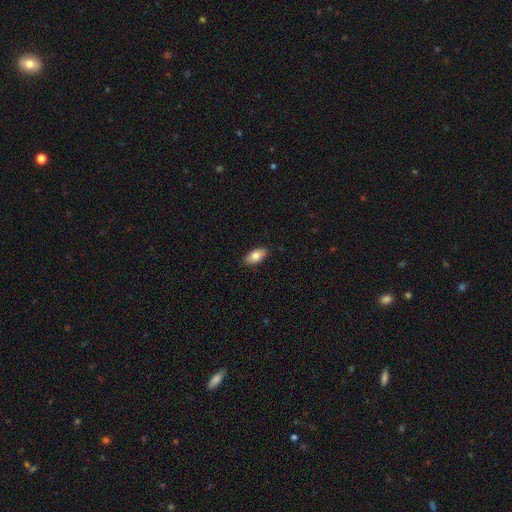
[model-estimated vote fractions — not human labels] Overall: smooth (81%). How rounded: in between (91%). Merging: none (86%).